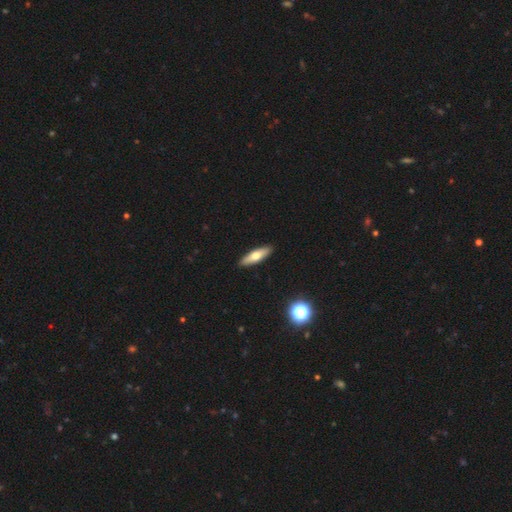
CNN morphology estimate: Smooth or featured? smooth (59%)
How rounded? cigar-shaped (63%)
Merging? none (91%)